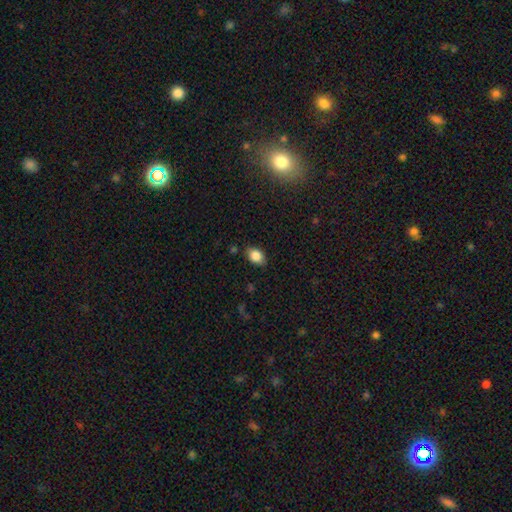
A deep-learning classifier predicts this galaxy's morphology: A smooth galaxy with no disk features (86%) that is in between round and cigar-shaped (77%). Merging: none (81%).